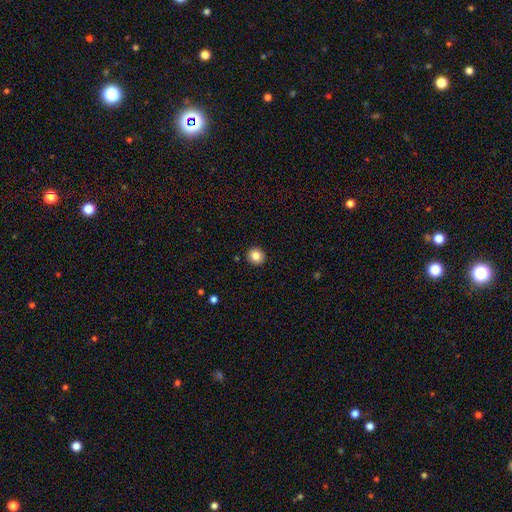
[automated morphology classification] This appears to be a smooth galaxy with no disk features (84%) that is round (91%). Merging: none (92%).